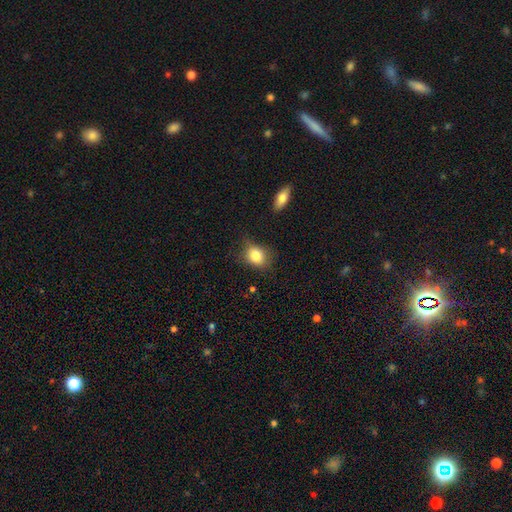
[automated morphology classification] The model was most divided on "how rounded": in between: 52%, round: 47%, cigar-shaped: 1%. More confident: smooth or featured — smooth (82%); merging — none (69%).